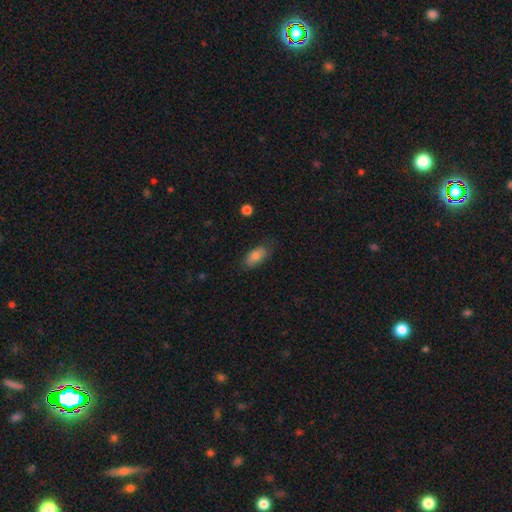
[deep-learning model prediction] Overall: smooth (80%). How rounded: in between (91%). Merging: none (73%).